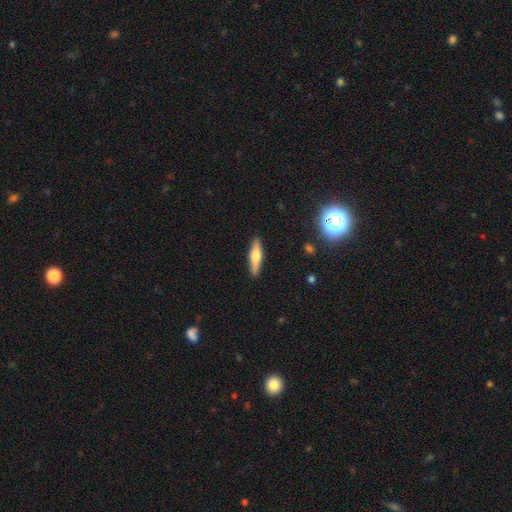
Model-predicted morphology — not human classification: smooth_or_featured: smooth (p=0.55) [alt: featured or disk p=0.39]
how_rounded: cigar-shaped (p=0.73) [alt: in between p=0.25]
merging: none (p=0.90) [alt: minor disturbance p=0.08]